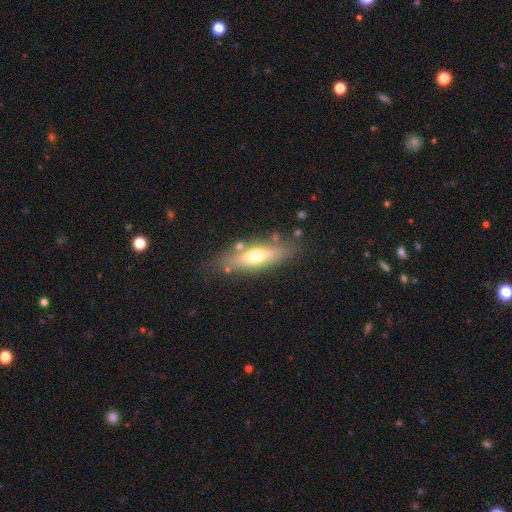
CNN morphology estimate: A smooth galaxy with no disk features (50%) that is cigar-shaped (55%).

Vote fractions:
- Smooth or featured? smooth: 50% / featured or disk: 42% / star or artifact: 7%
- How rounded? cigar-shaped: 55% / in between: 42% / round: 3%
- Merging? none: 75% / minor disturbance: 14% / merger: 6% / major disturbance: 5%